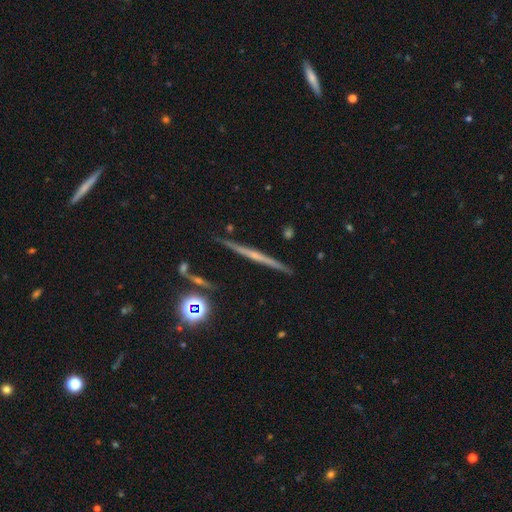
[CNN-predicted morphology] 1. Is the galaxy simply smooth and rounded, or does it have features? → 71% featured or disk, 18% smooth, 11% star or artifact.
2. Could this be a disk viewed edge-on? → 98% yes, 2% no.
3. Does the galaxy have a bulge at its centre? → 50% rounded, 42% none, 8% boxy.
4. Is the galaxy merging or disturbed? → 89% none, 7% minor disturbance, 2% merger, 2% major disturbance.